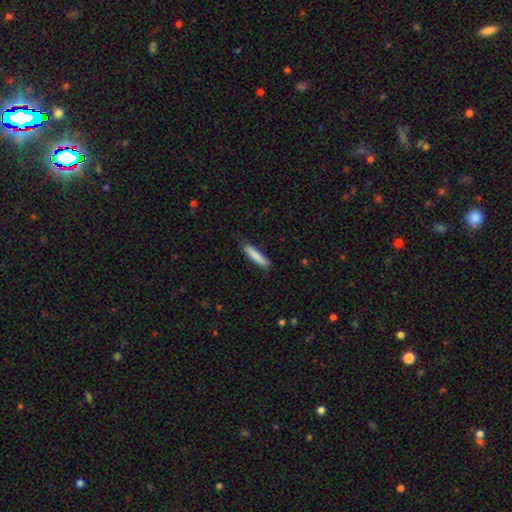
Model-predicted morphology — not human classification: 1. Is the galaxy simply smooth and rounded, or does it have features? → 84% smooth, 10% featured or disk, 6% star or artifact.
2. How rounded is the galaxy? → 87% cigar-shaped, 11% in between, 1% round.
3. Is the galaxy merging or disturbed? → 83% none, 14% minor disturbance, 2% major disturbance, 1% merger.